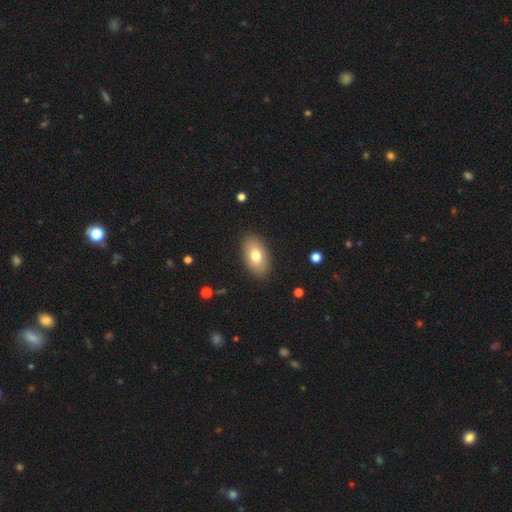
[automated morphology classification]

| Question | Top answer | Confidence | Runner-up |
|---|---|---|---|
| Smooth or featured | smooth | 74% | featured or disk (19%) |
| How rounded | in between | 93% | round (5%) |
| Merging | none | 88% | minor disturbance (9%) |